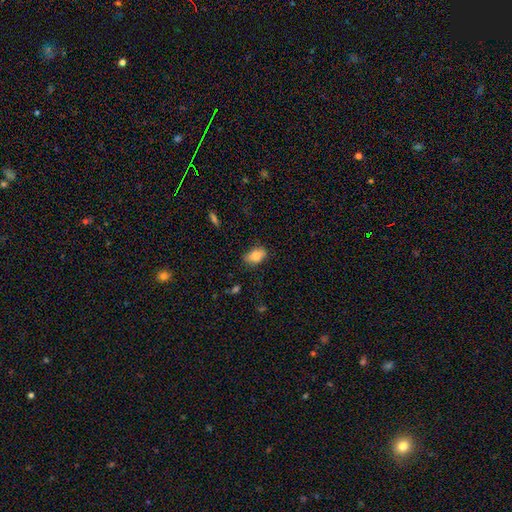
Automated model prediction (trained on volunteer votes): smooth 80%, featured or disk 12%, star or artifact 8%. Down the decision tree: how rounded — in between (86%); merging — none (76%).